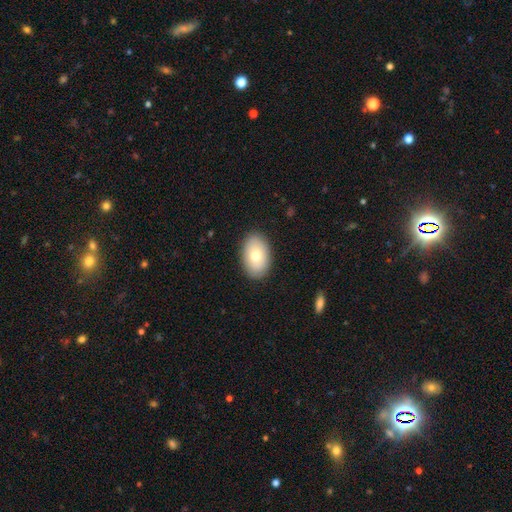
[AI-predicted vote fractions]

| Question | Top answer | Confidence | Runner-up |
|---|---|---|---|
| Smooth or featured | smooth | 74% | featured or disk (19%) |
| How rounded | in between | 88% | round (11%) |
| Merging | none | 88% | minor disturbance (9%) |